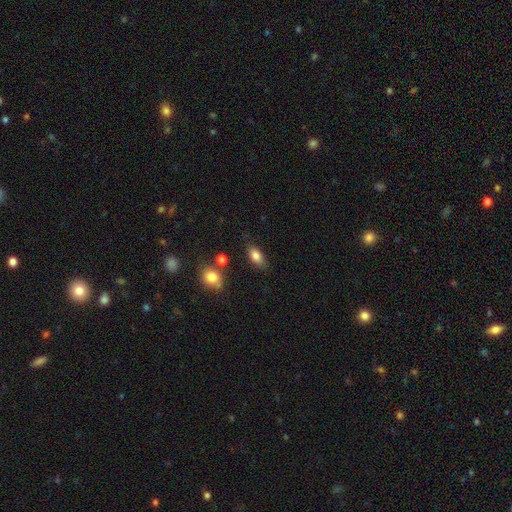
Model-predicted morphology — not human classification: type=smooth (82%); roundness=in between (86%); merging=none (77%).